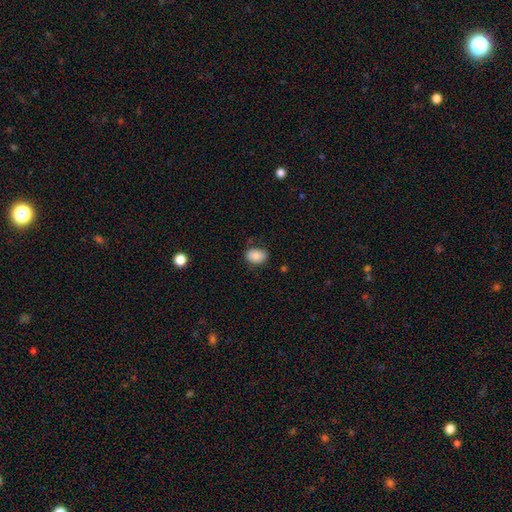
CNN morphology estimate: Smooth or featured?
  - smooth: 82% *
  - featured or disk: 10%
  - star or artifact: 8%
How rounded?
  - in between: 72% *
  - round: 27%
  - cigar-shaped: 1%
Merging?
  - none: 73% *
  - minor disturbance: 20%
  - major disturbance: 4%
  - merger: 2%